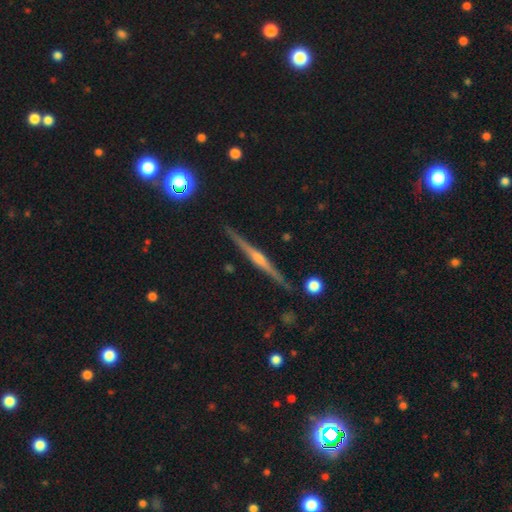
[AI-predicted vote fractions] Smooth or featured: featured or disk — 81% (smooth — 12%)
Edge-on disk: yes — 98% (no — 2%)
Edge-on bulge: rounded — 80% (none — 12%)
Merging: none — 90% (minor disturbance — 7%)